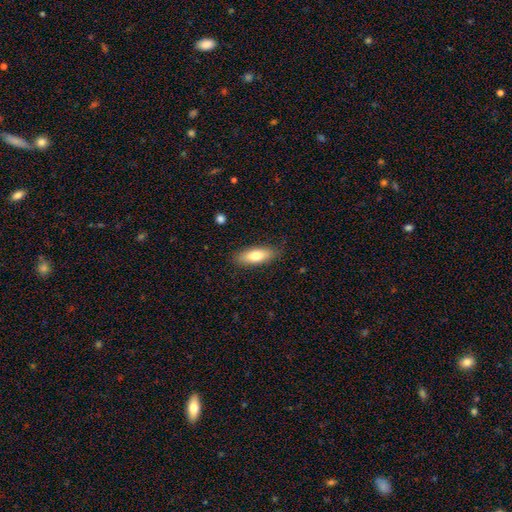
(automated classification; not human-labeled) Smooth or featured?
  - smooth: 75% *
  - featured or disk: 18%
  - star or artifact: 6%
How rounded?
  - in between: 65% *
  - cigar-shaped: 33%
  - round: 2%
Merging?
  - none: 85% *
  - minor disturbance: 11%
  - major disturbance: 2%
  - merger: 1%